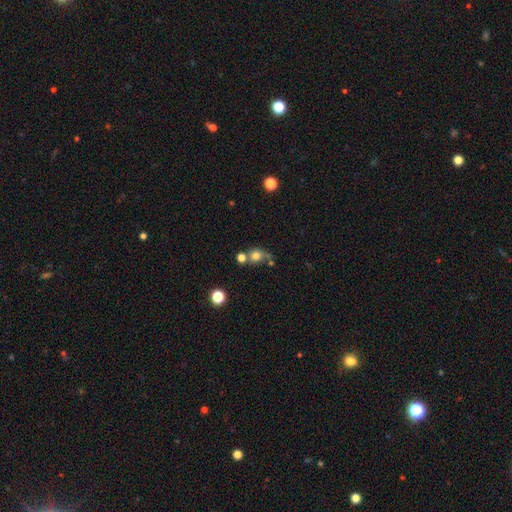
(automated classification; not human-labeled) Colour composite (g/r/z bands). It shows a smooth galaxy with no disk features (73%) that is round (79%). Merging: none (50%).